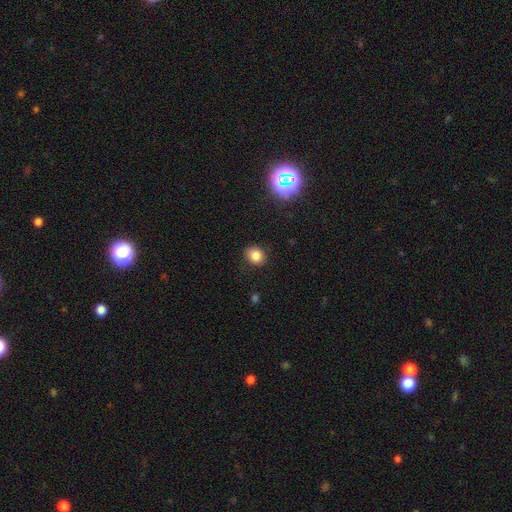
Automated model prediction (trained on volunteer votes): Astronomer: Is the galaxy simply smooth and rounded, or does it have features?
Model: smooth — 81%.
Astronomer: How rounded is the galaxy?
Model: round — 65%.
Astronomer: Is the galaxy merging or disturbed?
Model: none — 86%.